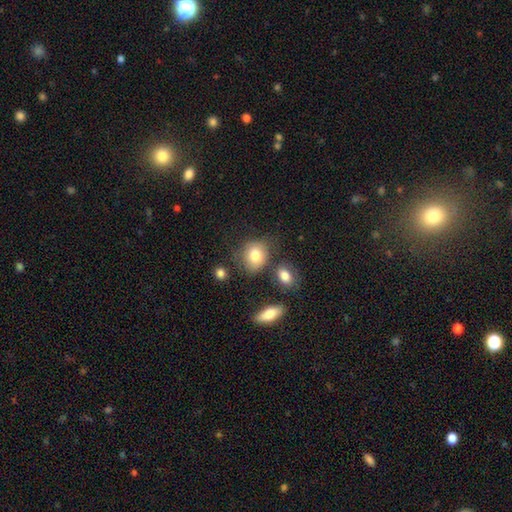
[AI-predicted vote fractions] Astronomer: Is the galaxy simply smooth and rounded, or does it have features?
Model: smooth — 81%.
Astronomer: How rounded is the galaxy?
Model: round — 62% (runner-up: in between, 37%).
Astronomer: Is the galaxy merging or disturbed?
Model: none — 66%.